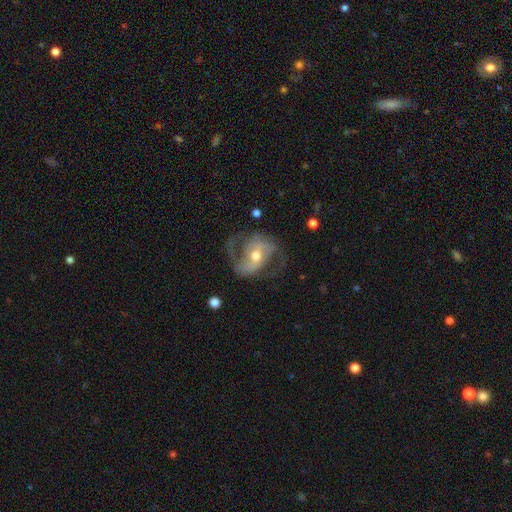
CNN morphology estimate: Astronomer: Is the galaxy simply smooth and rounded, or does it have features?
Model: featured or disk — 87%.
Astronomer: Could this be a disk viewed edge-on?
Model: no — 97%.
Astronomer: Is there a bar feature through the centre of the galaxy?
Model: weak — 40% (runner-up: no, 34%).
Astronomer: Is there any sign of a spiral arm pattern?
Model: yes — 95%.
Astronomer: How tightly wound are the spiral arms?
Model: medium — 50% (runner-up: loose, 34%).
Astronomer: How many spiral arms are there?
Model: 2 — 89%.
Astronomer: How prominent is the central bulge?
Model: moderate — 66%.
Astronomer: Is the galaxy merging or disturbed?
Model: none — 67%.